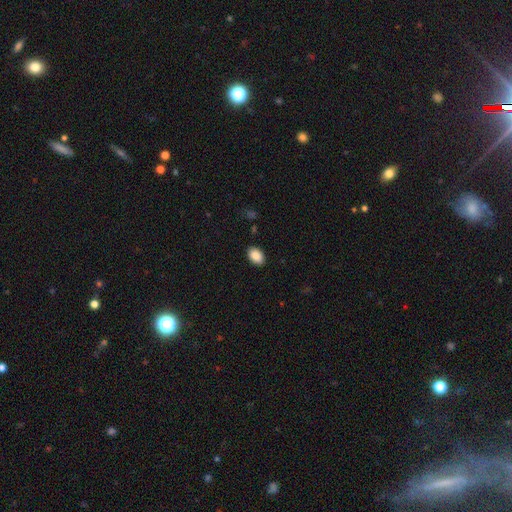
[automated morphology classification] type=smooth (89%); roundness=in between (86%); merging=none (89%).